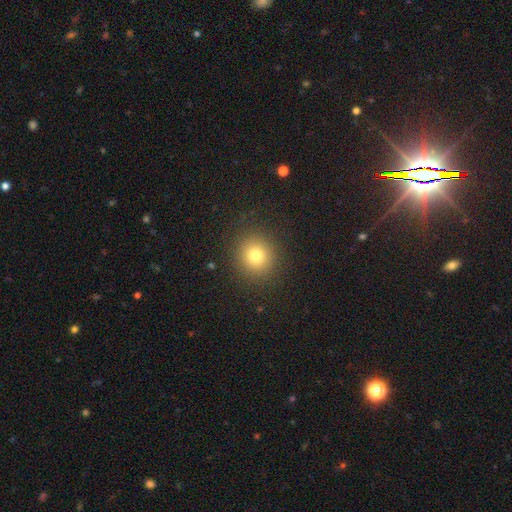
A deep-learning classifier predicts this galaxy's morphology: Smooth or featured?
  - smooth: 77% *
  - star or artifact: 14%
  - featured or disk: 8%
How rounded?
  - round: 90% *
  - in between: 9%
  - cigar-shaped: 1%
Merging?
  - none: 90% *
  - minor disturbance: 6%
  - major disturbance: 3%
  - merger: 1%